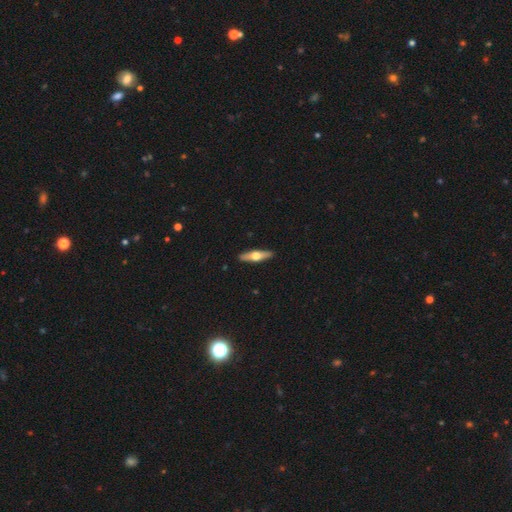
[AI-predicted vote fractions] The model was most divided on "smooth or featured": featured or disk: 57%, smooth: 38%, star or artifact: 5%. More confident: edge-on bulge — rounded (95%); edge-on disk — yes (93%); merging — none (91%).